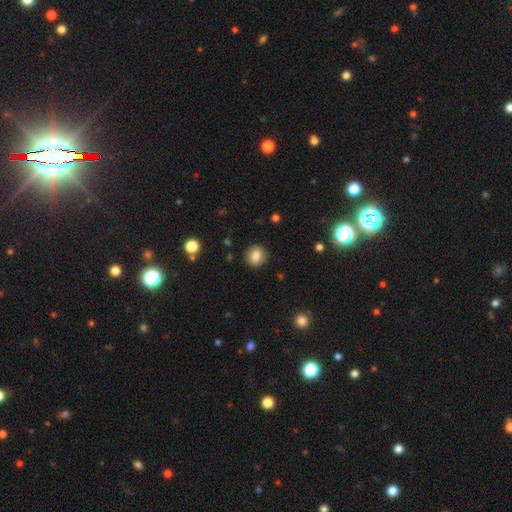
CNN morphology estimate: Smooth or featured: smooth — 84% (star or artifact — 9%)
How rounded: round — 83% (in between — 16%)
Merging: none — 90% (minor disturbance — 7%)